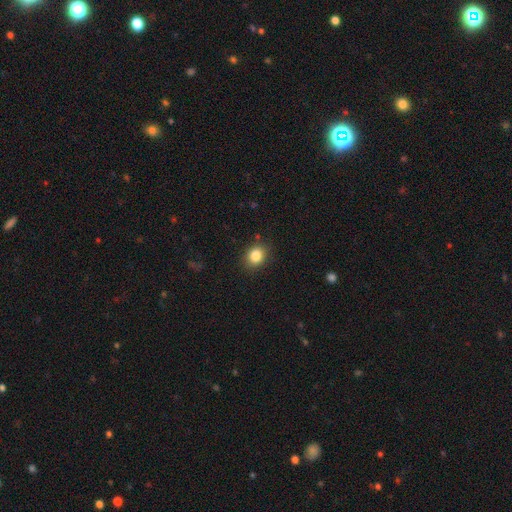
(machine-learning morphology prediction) Smooth or featured? smooth (84%)
How rounded? round (56%)
Merging? none (86%)